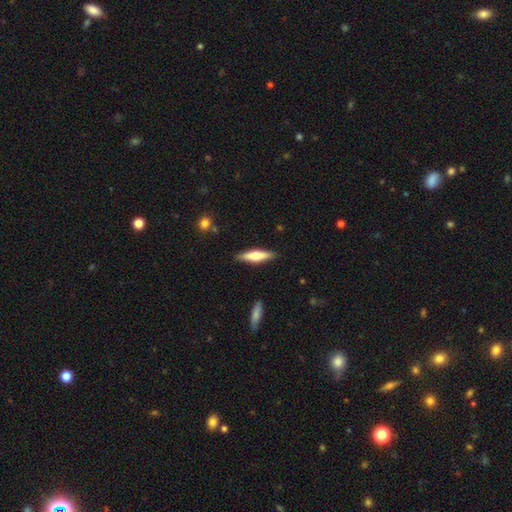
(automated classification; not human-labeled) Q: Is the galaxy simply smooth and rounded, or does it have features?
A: smooth — 50%.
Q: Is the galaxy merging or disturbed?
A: none — 88%.